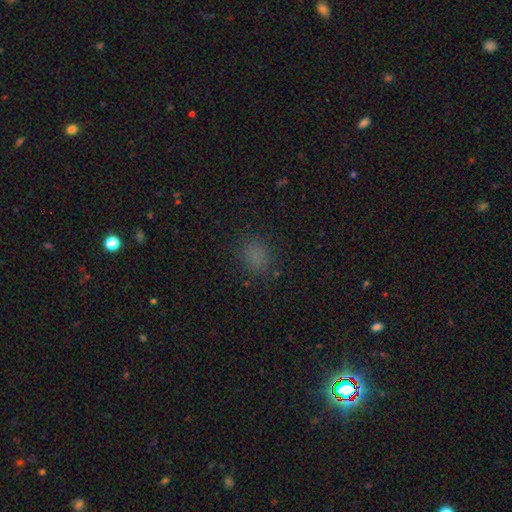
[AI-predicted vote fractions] smooth-or-featured: smooth: 76% | star or artifact: 20% | featured or disk: 4%
  how-rounded: round: 60% | in between: 39% | cigar-shaped: 1%
  merging: none: 84% | minor disturbance: 11% | major disturbance: 4% | merger: 1%